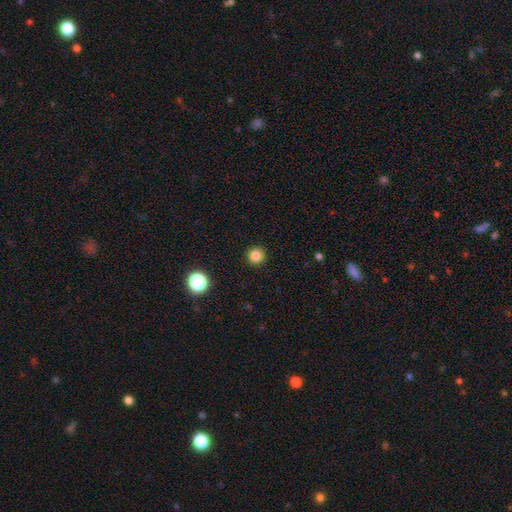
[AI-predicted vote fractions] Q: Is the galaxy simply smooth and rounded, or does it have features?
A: smooth — 83%.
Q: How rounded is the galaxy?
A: round — 95%.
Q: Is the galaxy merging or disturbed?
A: none — 93%.